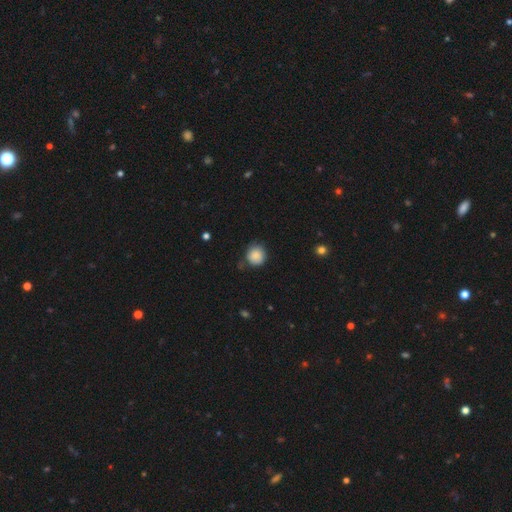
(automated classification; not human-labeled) smooth_or_featured: smooth (p=0.87) [alt: star or artifact p=0.08]
how_rounded: round (p=0.88) [alt: in between p=0.11]
merging: none (p=0.73) [alt: minor disturbance p=0.20]